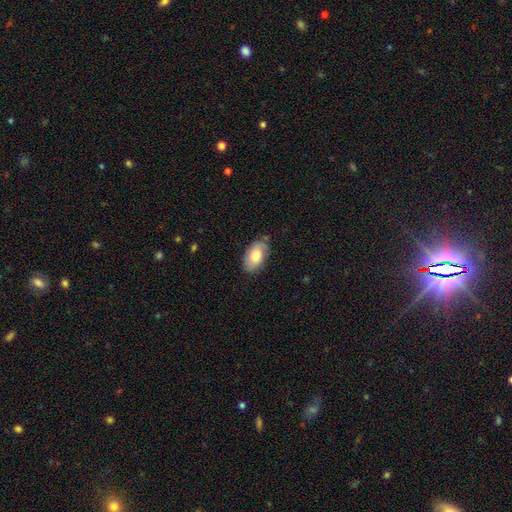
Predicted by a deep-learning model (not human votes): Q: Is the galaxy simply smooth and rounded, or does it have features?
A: smooth — 73%.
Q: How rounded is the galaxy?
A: in between — 94%.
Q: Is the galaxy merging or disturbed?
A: none — 71%.